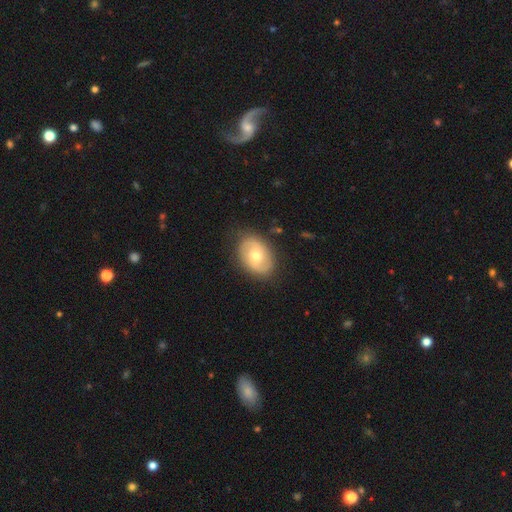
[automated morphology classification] smooth_or_featured: featured or disk (p=0.52) [alt: smooth p=0.41]
disk_edge_on: no (p=0.95) [alt: yes p=0.05]
merging: none (p=0.82) [alt: minor disturbance p=0.13]